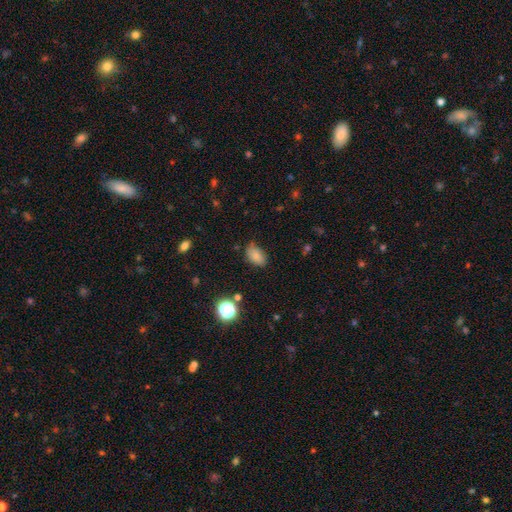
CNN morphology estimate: Q: Smooth or featured?
A: smooth (81%); runner-up: star or artifact (12%)
Q: How rounded?
A: in between (87%); runner-up: round (12%)
Q: Merging?
A: none (71%); runner-up: minor disturbance (23%)